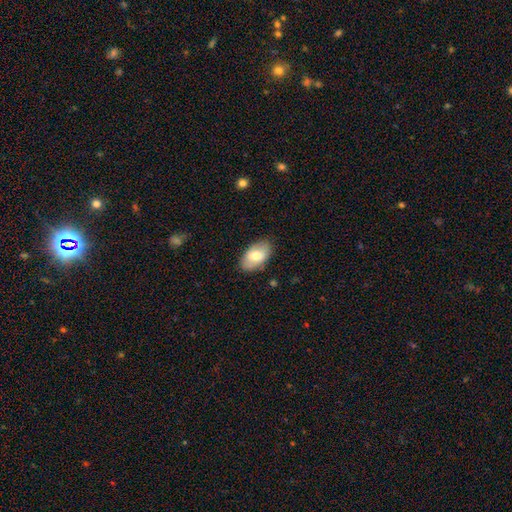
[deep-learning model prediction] smooth_or_featured: smooth (p=0.70) [alt: featured or disk p=0.23]
how_rounded: in between (p=0.94) [alt: round p=0.05]
merging: none (p=0.83) [alt: minor disturbance p=0.13]